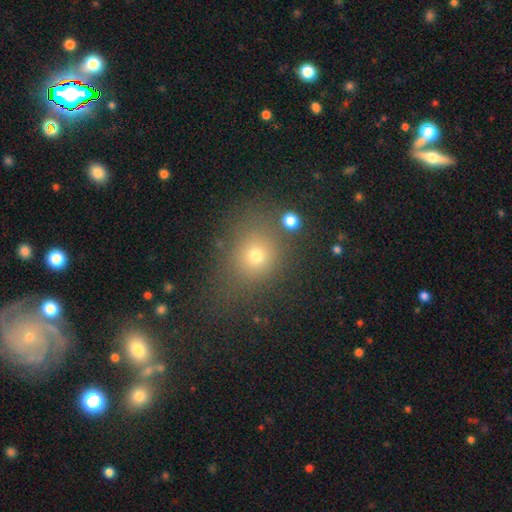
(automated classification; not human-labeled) A smooth galaxy with no disk features (69%) that is round (62%).

Vote fractions:
- Smooth or featured? smooth: 69% / star or artifact: 20% / featured or disk: 11%
- How rounded? round: 62% / in between: 36% / cigar-shaped: 2%
- Merging? none: 72% / minor disturbance: 14% / major disturbance: 8% / merger: 6%